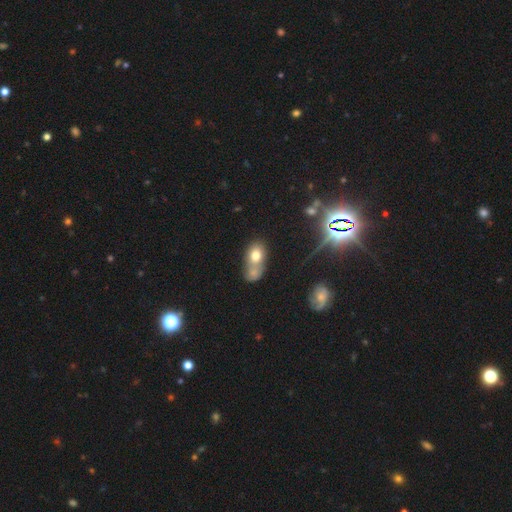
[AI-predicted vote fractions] This appears to be a smooth galaxy with no disk features (71%) that is in between round and cigar-shaped (72%). Merging: merger (58%).